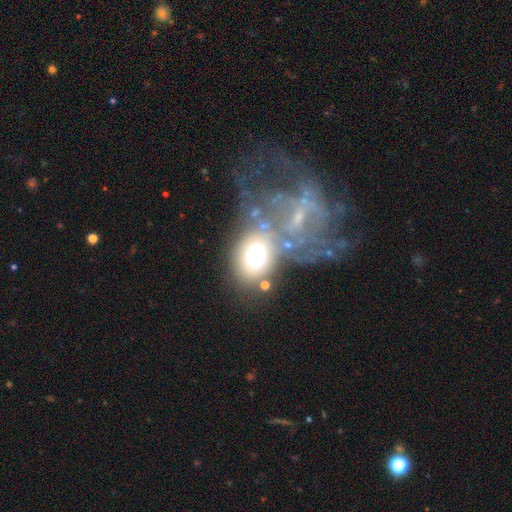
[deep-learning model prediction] Smooth or featured: smooth — 57% (featured or disk — 30%)
How rounded: in between — 68% (round — 30%)
Merging: none — 35% (merger — 32%)